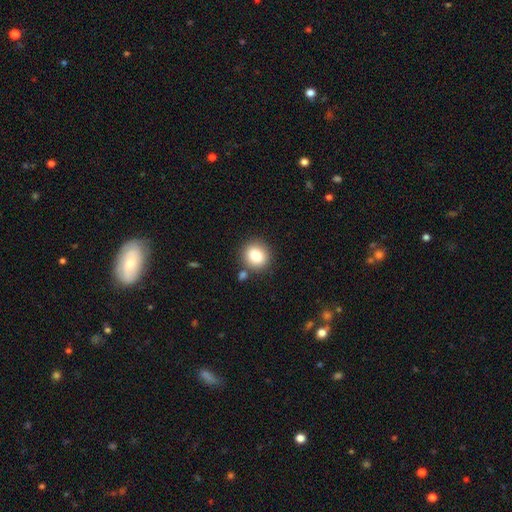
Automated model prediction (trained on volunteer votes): The model was most divided on "smooth or featured": smooth: 80%, star or artifact: 10%, featured or disk: 9%. More confident: how rounded — round (88%); merging — none (82%).